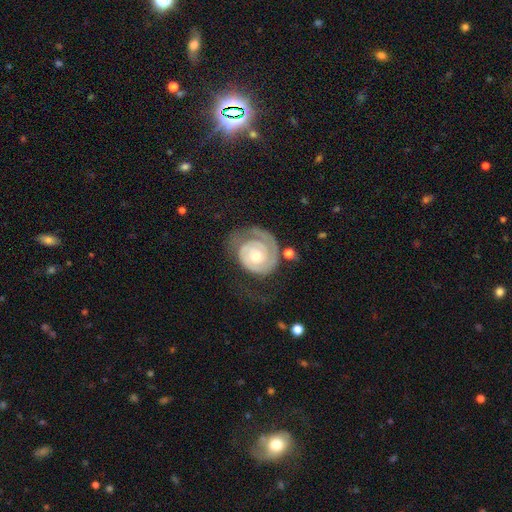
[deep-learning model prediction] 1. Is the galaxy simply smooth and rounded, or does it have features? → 86% featured or disk, 9% smooth, 5% star or artifact.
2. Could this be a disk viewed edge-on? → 98% no, 2% yes.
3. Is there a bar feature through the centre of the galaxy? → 77% no, 19% weak, 4% strong.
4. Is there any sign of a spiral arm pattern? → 96% yes, 4% no.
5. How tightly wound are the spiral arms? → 75% tight, 19% medium, 6% loose.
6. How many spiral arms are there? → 42% 1, 38% 2, 10% can't tell, 6% 3, 2% 4, 2% more than 4.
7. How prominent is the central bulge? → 54% moderate, 40% small, 4% large, 1% none, 1% dominant.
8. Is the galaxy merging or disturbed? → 60% none, 19% major disturbance, 18% minor disturbance, 3% merger.